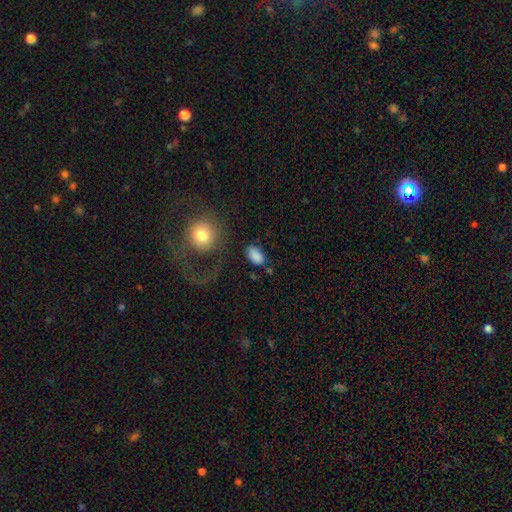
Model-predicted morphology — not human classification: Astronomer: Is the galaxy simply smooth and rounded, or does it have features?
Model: smooth — 86%.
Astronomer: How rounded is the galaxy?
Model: in between — 89%.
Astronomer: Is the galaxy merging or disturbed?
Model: none — 72%.